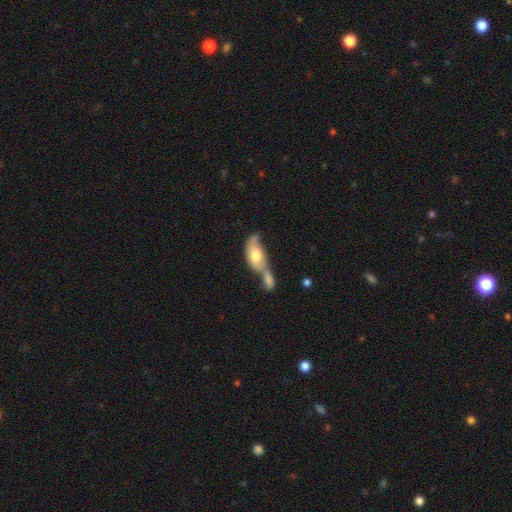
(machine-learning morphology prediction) Smooth or featured: smooth — 61% (featured or disk — 33%)
How rounded: in between — 88% (cigar-shaped — 7%)
Merging: merger — 63% (none — 16%)